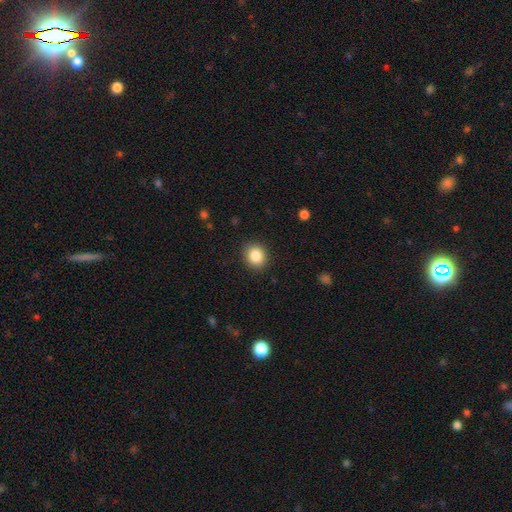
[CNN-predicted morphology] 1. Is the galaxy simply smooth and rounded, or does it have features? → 86% smooth, 9% star or artifact, 5% featured or disk.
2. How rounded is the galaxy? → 74% round, 25% in between, 1% cigar-shaped.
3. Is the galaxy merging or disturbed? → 89% none, 8% minor disturbance, 2% major disturbance, 1% merger.